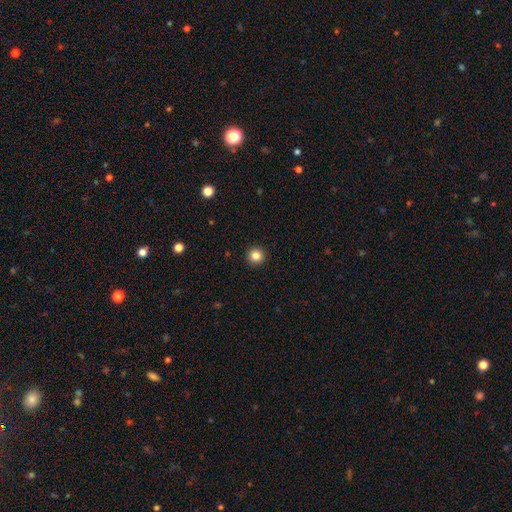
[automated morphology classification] This appears to be a smooth galaxy with no disk features (84%) that is round (96%). Merging: none (93%).